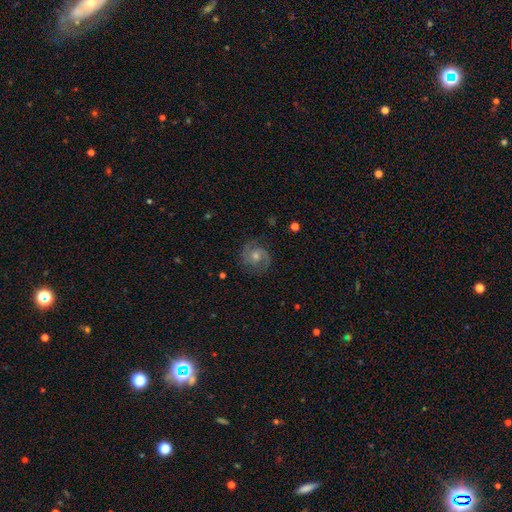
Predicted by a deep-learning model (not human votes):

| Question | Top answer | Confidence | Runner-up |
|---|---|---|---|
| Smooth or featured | featured or disk | 81% | smooth (10%) |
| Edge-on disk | no | 98% | yes (2%) |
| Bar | no | 63% | weak (31%) |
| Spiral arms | yes | 97% | no (3%) |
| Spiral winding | medium | 47% | tight (42%) |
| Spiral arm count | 2 | 82% | can't tell (6%) |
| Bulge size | moderate | 59% | small (35%) |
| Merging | none | 83% | minor disturbance (12%) |